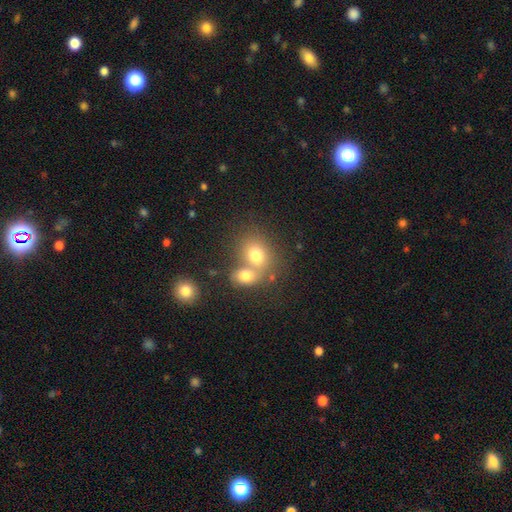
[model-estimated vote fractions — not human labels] The model was most divided on "how rounded": round: 55%, in between: 44%, cigar-shaped: 1%. More confident: smooth or featured — smooth (73%); merging — merger (53%).